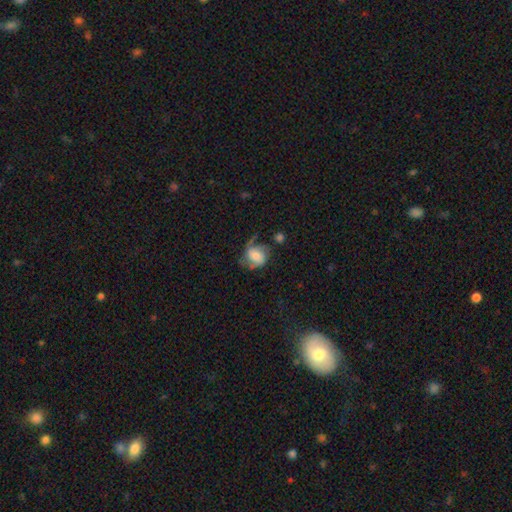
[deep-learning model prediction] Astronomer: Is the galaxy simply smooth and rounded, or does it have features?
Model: featured or disk — 62%.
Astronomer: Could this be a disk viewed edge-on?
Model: no — 97%.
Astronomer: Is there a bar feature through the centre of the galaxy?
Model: no — 57% (runner-up: weak, 34%).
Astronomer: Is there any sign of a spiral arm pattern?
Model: yes — 89%.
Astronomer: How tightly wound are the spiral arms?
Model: medium — 45% (runner-up: loose, 30%).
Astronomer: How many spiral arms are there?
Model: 2 — 63%.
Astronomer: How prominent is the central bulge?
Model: moderate — 37% (runner-up: small, 28%).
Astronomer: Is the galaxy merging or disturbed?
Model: none — 47% (runner-up: minor disturbance, 25%).